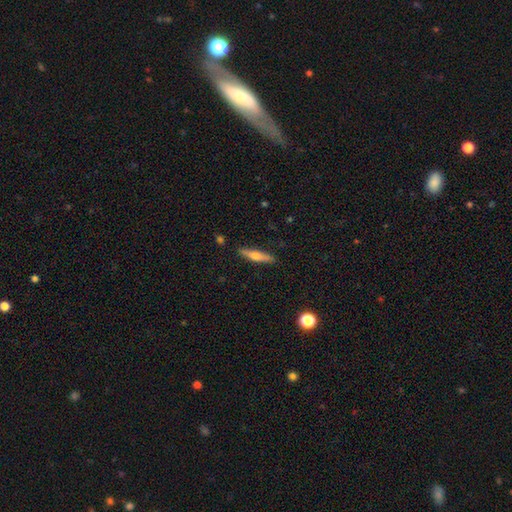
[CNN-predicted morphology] This appears to be a featured or disk galaxy (48%). Merging: none (89%).